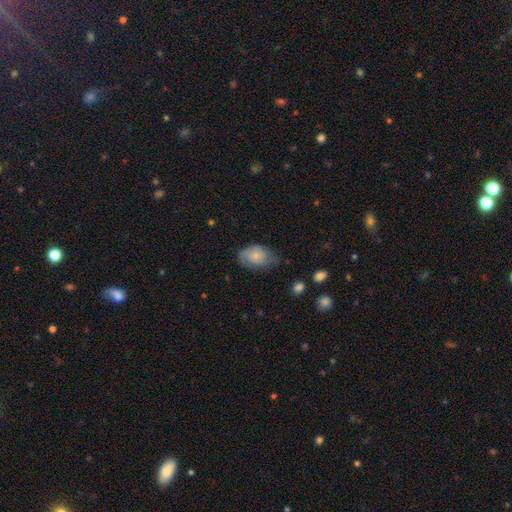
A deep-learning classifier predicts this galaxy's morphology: Smooth or featured? Predicted: smooth (p=0.59). How rounded? Predicted: in between (p=0.82). Merging? Predicted: none (p=0.49).